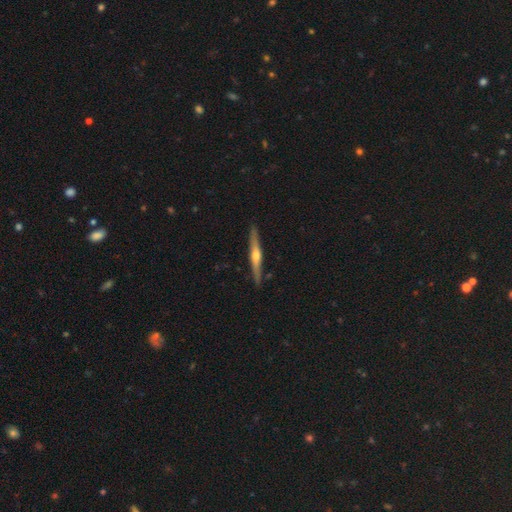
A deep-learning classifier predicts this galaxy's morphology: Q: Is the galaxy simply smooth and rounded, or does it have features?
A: featured or disk — 68%.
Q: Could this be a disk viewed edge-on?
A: yes — 97%.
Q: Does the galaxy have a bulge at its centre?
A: rounded — 87%.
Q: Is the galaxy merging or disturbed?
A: none — 89%.